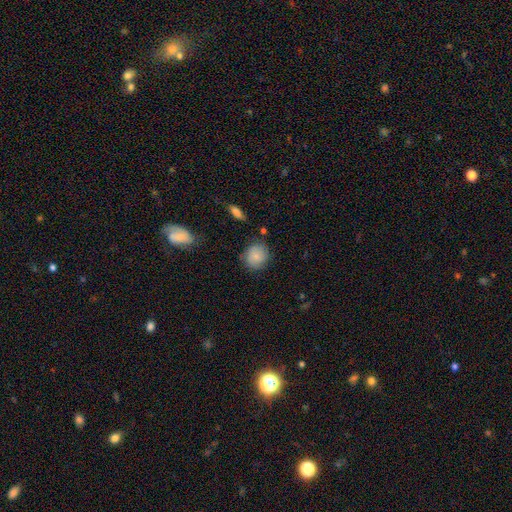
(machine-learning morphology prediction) Smooth or featured?
  - smooth: 82% *
  - featured or disk: 10%
  - star or artifact: 8%
How rounded?
  - round: 75% *
  - in between: 24%
  - cigar-shaped: 1%
Merging?
  - none: 76% *
  - minor disturbance: 18%
  - major disturbance: 4%
  - merger: 2%